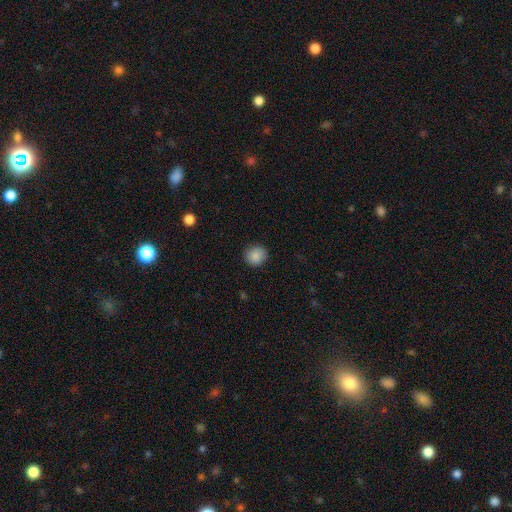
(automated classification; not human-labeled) The model was most divided on "how rounded": round: 88%, in between: 11%, cigar-shaped: 1%. More confident: merging — none (89%); smooth or featured — smooth (88%).